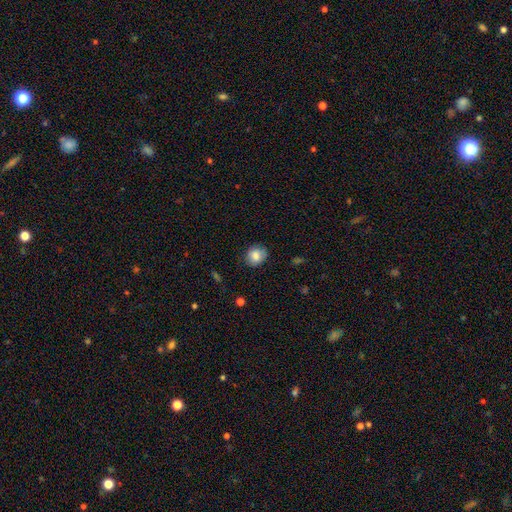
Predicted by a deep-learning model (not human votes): smooth_or_featured: smooth (p=0.82) [alt: featured or disk p=0.09]
how_rounded: round (p=0.76) [alt: in between p=0.23]
merging: none (p=0.80) [alt: minor disturbance p=0.15]